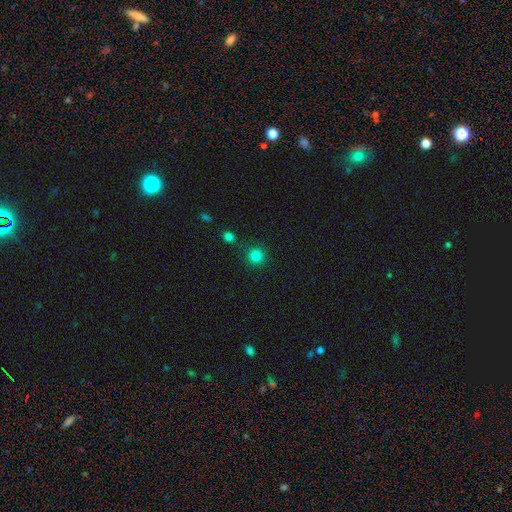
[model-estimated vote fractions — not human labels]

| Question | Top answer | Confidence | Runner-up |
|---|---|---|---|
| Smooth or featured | smooth | 81% | star or artifact (14%) |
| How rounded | round | 94% | in between (5%) |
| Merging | none | 84% | minor disturbance (7%) |